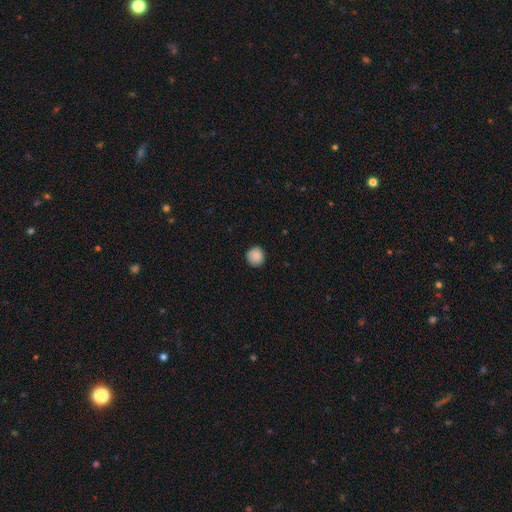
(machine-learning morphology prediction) type=smooth (88%); roundness=round (94%); merging=none (90%).